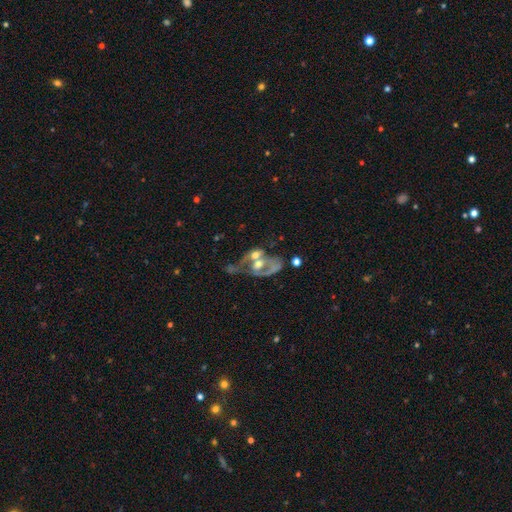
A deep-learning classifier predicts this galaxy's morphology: featured or disk 63%, smooth 27%, star or artifact 10%. Down the decision tree: edge-on disk — no (94%); bar — no (75%); spiral arms — no (59%); bulge size — moderate (54%); merging — merger (62%).